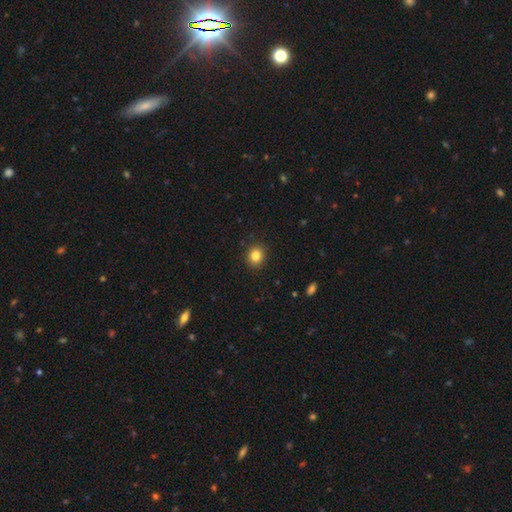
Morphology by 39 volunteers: smooth 77%, featured or disk 13%, star or artifact 10%. Down the decision tree: how rounded — round (83%); merging — none (97%).